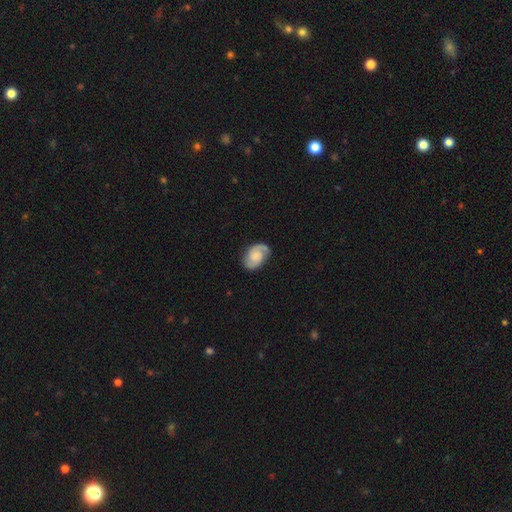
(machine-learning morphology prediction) A featured or disk galaxy (81%) with no bar (61%), 2 (91%) medium (48%) spiral arms (97%) and a small central bulge (38%).

Vote fractions:
- Smooth or featured? featured or disk: 81% / smooth: 13% / star or artifact: 6%
- Edge-on disk? no: 98% / yes: 2%
- Bar? no: 61% / weak: 33% / strong: 6%
- Spiral arms? yes: 97% / no: 3%
- Spiral winding? medium: 48% / tight: 38% / loose: 15%
- Spiral arm count? 2: 91% / can't tell: 3% / 1: 2% / 3: 1% / 4: 1% / more than 4: 1%
- Bulge size? small: 38% / moderate: 29% / none: 25% / large: 7% / dominant: 2%
- Merging? none: 79% / minor disturbance: 15% / major disturbance: 4% / merger: 1%